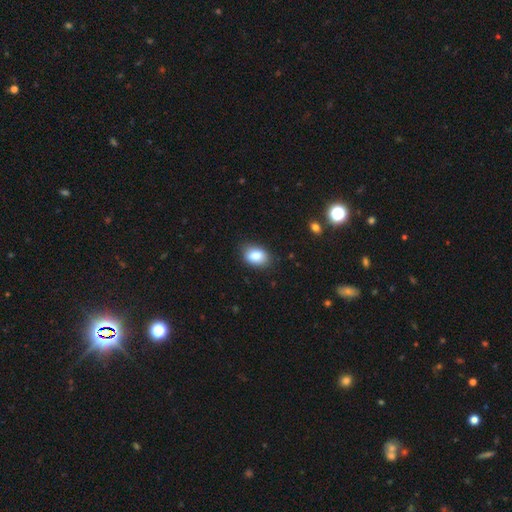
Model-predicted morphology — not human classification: Q: Smooth or featured?
A: smooth (85%); runner-up: star or artifact (8%)
Q: How rounded?
A: in between (82%); runner-up: round (17%)
Q: Merging?
A: none (83%); runner-up: minor disturbance (13%)